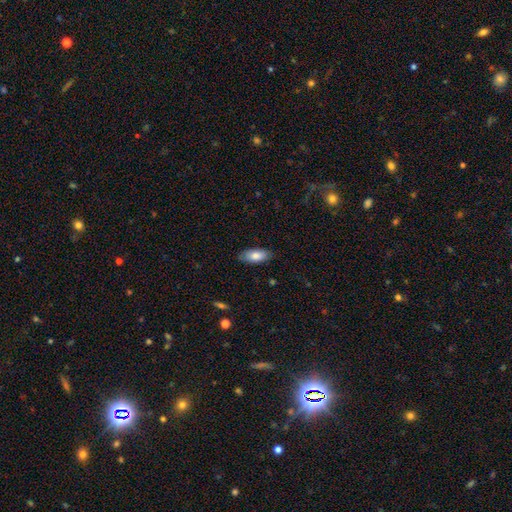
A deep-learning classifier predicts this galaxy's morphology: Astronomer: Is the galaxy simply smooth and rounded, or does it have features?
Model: smooth — 80%.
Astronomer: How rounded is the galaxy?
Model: in between — 87%.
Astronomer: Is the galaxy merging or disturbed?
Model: none — 85%.